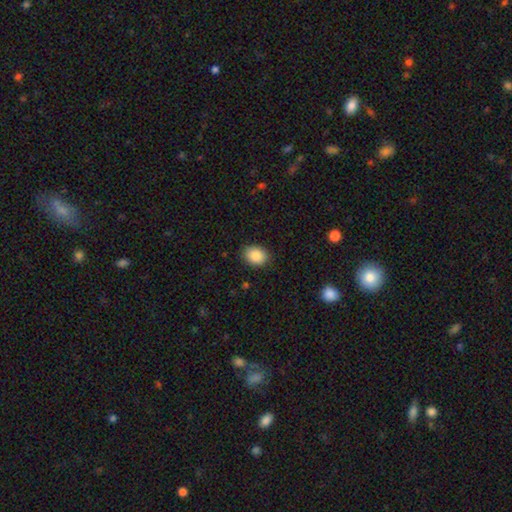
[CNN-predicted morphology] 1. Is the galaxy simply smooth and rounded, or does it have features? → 87% smooth, 8% star or artifact, 4% featured or disk.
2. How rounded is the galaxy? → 58% in between, 41% round, 1% cigar-shaped.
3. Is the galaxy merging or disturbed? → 87% none, 10% minor disturbance, 2% major disturbance, 1% merger.